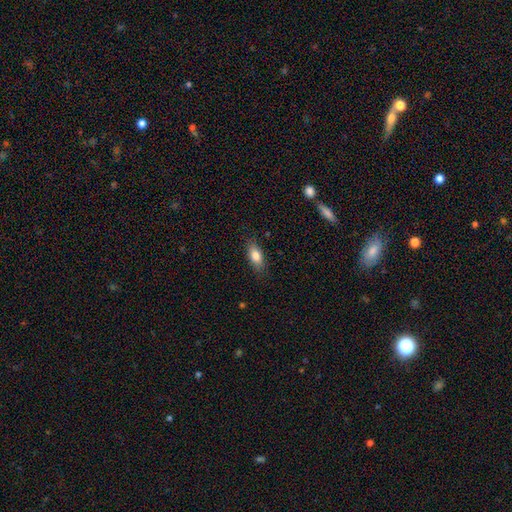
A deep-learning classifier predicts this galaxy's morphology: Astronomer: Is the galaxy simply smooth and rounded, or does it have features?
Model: smooth — 81%.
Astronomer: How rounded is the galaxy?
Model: in between — 82%.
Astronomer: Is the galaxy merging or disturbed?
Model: none — 83%.